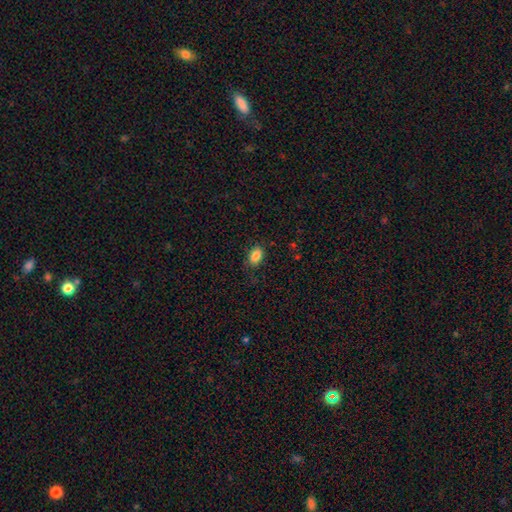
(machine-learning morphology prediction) smooth 86%, star or artifact 9%, featured or disk 5%. Down the decision tree: how rounded — in between (84%); merging — none (82%).